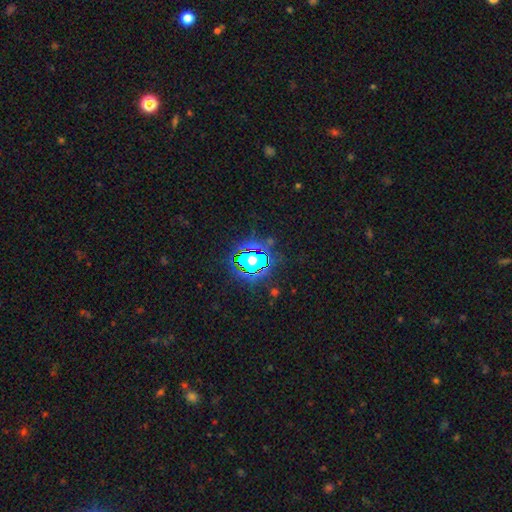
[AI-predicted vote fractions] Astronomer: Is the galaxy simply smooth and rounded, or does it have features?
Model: star or artifact — 80%.